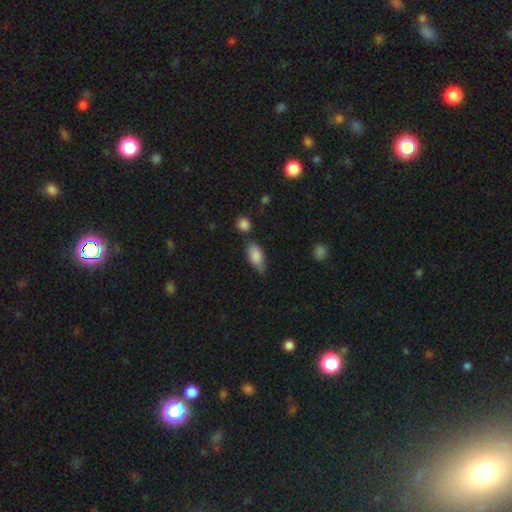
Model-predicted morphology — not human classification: smooth-or-featured: smooth: 83% | featured or disk: 11% | star or artifact: 7%
  how-rounded: in between: 87% | cigar-shaped: 9% | round: 3%
  merging: none: 58% | minor disturbance: 27% | merger: 9% | major disturbance: 6%